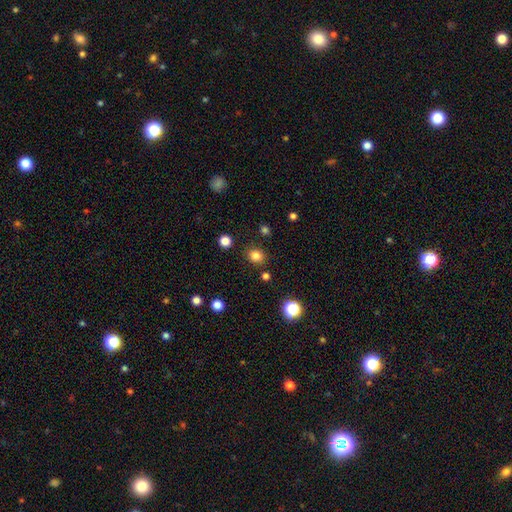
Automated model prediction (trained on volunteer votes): Smooth or featured?
  - smooth: 82% *
  - star or artifact: 14%
  - featured or disk: 5%
How rounded?
  - round: 73% *
  - in between: 26%
  - cigar-shaped: 1%
Merging?
  - none: 86% *
  - minor disturbance: 8%
  - merger: 3%
  - major disturbance: 3%